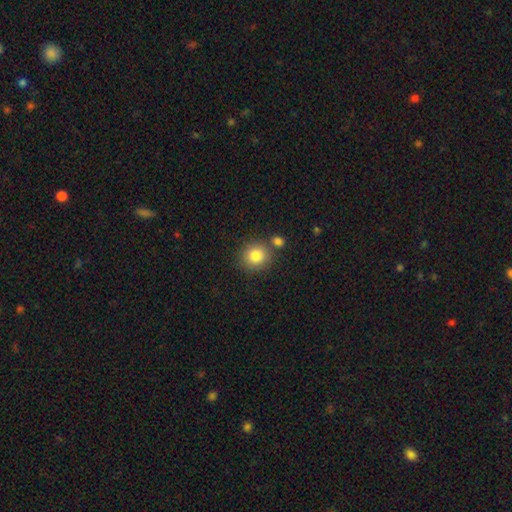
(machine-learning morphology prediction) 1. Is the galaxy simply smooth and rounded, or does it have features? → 84% smooth, 10% star or artifact, 7% featured or disk.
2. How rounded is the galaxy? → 88% round, 12% in between, 1% cigar-shaped.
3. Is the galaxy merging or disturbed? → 74% none, 13% merger, 10% minor disturbance, 3% major disturbance.